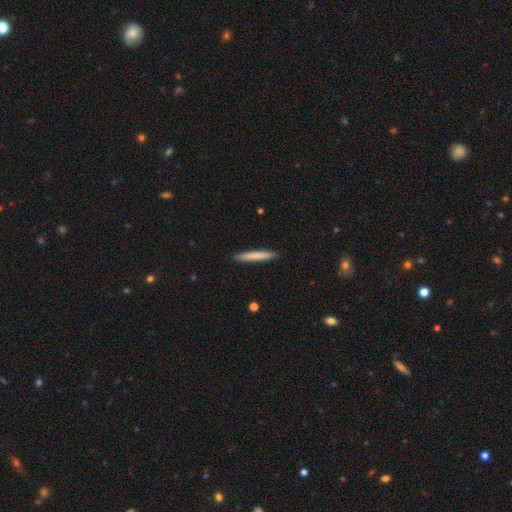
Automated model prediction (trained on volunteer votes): Smooth or featured? Predicted: smooth (p=0.77). How rounded? Predicted: cigar-shaped (p=0.96). Merging? Predicted: none (p=0.92).